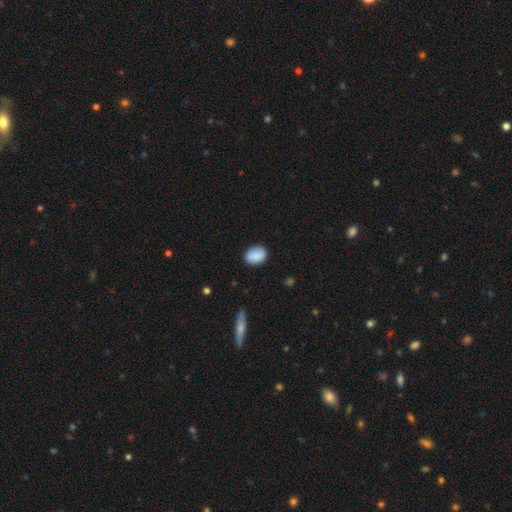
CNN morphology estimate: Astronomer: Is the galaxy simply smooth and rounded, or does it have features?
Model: smooth — 86%.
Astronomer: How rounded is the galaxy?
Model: in between — 71%.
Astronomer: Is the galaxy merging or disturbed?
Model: none — 83%.